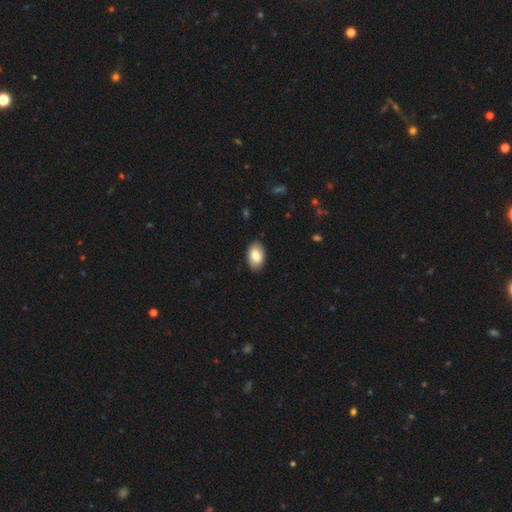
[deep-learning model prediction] The model was most divided on "smooth or featured": smooth: 83%, featured or disk: 10%, star or artifact: 7%. More confident: how rounded — in between (91%); merging — none (87%).